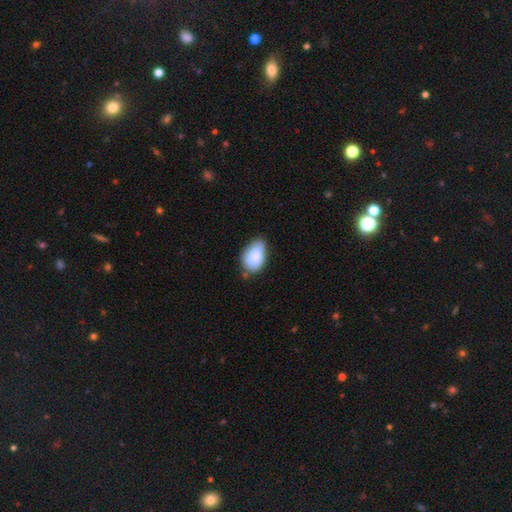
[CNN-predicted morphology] This is clearly a smooth galaxy (81%). How rounded: clearly in between (91%). Merging: possibly none (56%).